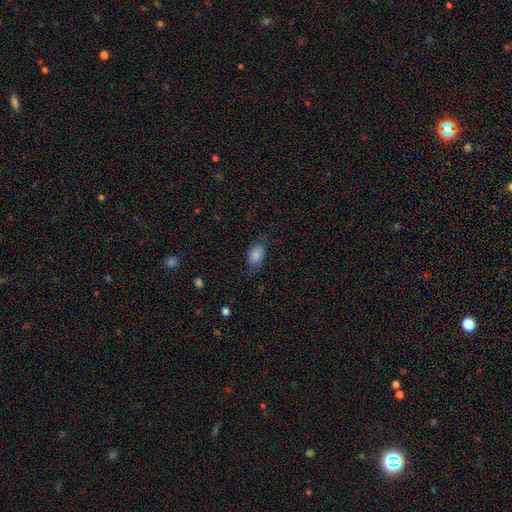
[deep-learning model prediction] The model was most divided on "merging": none: 67%, minor disturbance: 23%, major disturbance: 9%, merger: 1%. More confident: how rounded — in between (89%); smooth or featured — smooth (82%).